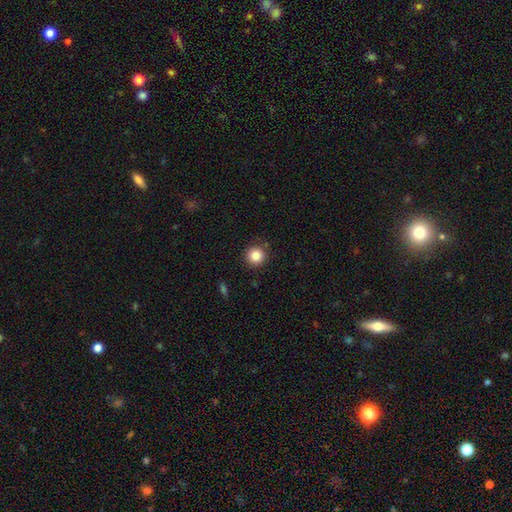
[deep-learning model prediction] Morphology: type=smooth (85%); roundness=round (94%); merging=none (88%).